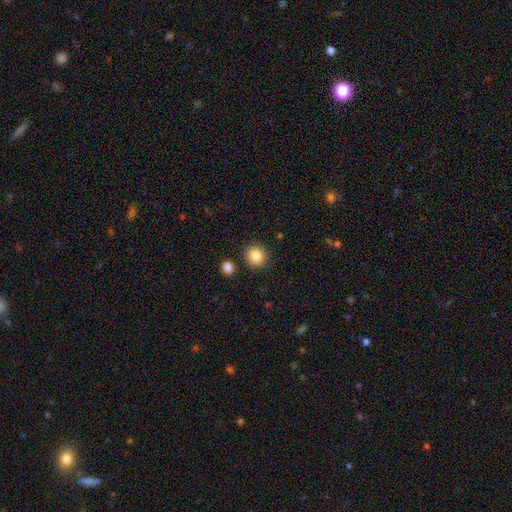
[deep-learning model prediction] A smooth galaxy with no disk features (86%) that is round (89%). Merging: none (88%).